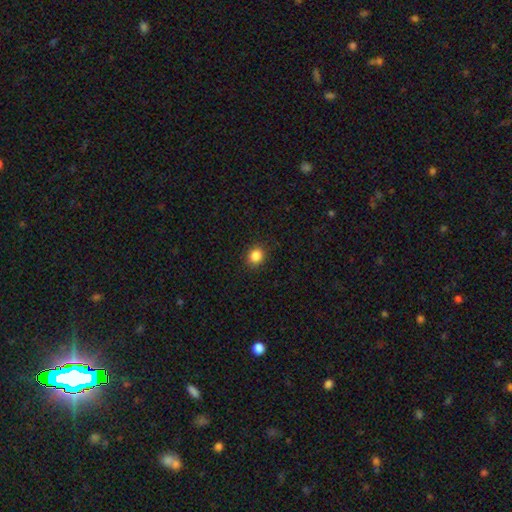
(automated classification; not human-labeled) Q: Smooth or featured?
A: smooth (85%); runner-up: star or artifact (11%)
Q: How rounded?
A: round (80%); runner-up: in between (20%)
Q: Merging?
A: none (90%); runner-up: minor disturbance (7%)